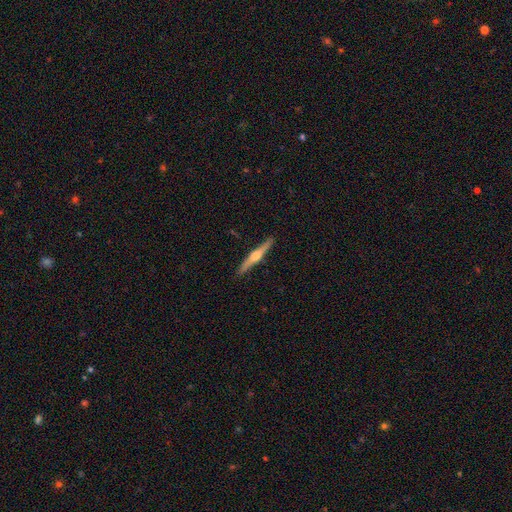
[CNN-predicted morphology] smooth-or-featured: featured or disk: 74% | smooth: 21% | star or artifact: 5%
  disk-edge-on: yes: 98% | no: 2%
    edge-on-bulge: rounded: 92% | boxy: 5% | none: 3%
  merging: none: 91% | minor disturbance: 6% | major disturbance: 1% | merger: 1%